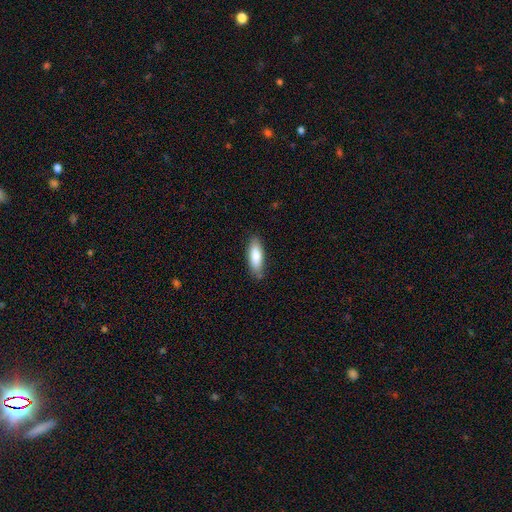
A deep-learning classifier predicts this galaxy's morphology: Smooth or featured? smooth (83%)
How rounded? in between (63%)
Merging? none (81%)